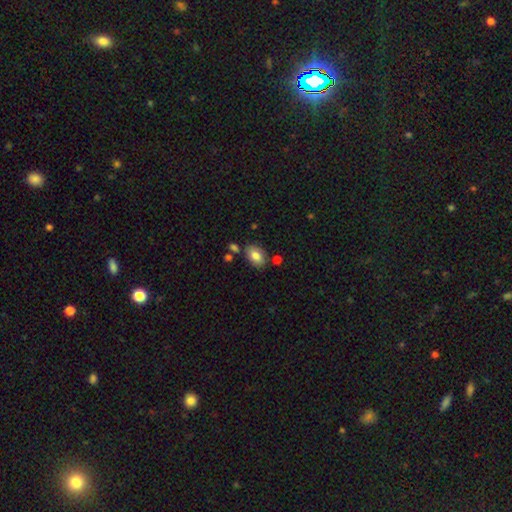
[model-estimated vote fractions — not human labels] A smooth galaxy with no disk features (80%) that is in between round and cigar-shaped (85%). Merging: none (75%).